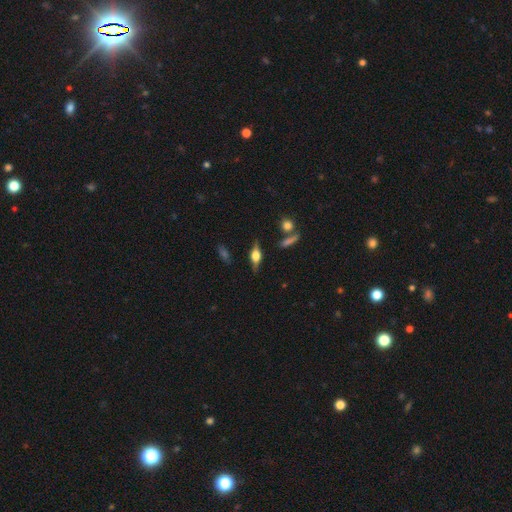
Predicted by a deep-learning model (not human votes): Overall: featured or disk (63%; smooth 29%). Edge-on disk: yes (94%). Edge-on bulge: rounded (90%). Merging: none (80%).